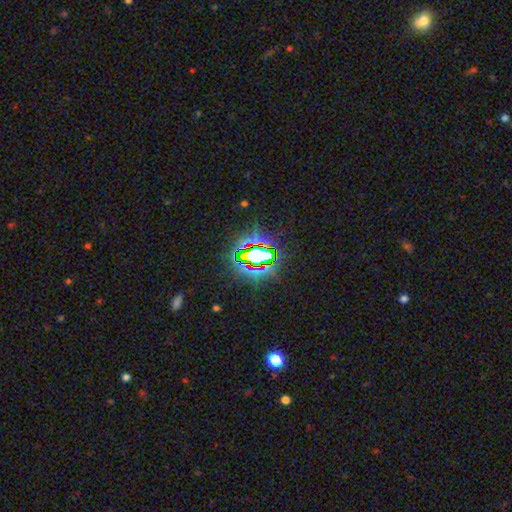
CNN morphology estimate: Smooth or featured?
  - star or artifact: 75% *
  - smooth: 14%
  - featured or disk: 11%